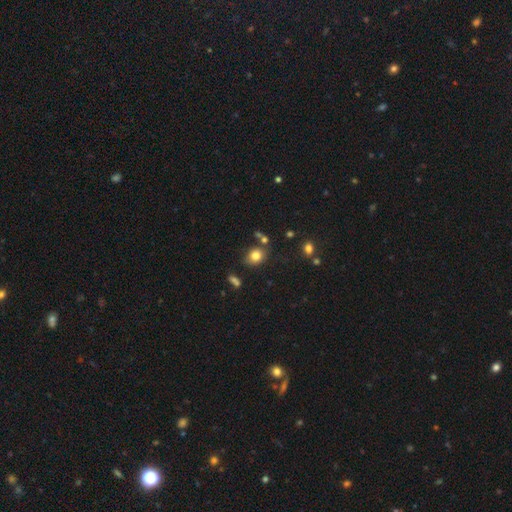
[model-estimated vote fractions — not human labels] Overall: smooth (79%). How rounded: round (50%; in between 49%). Merging: none (74%).